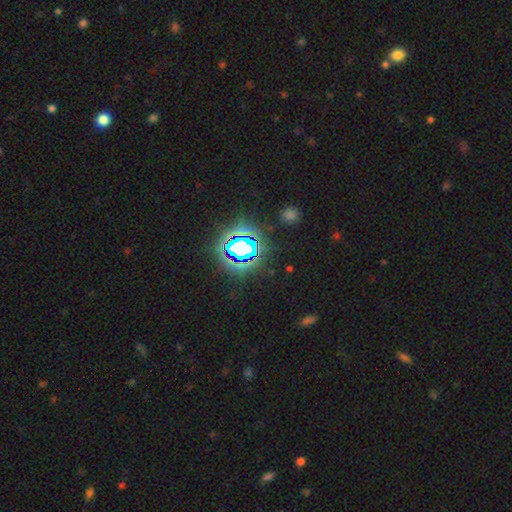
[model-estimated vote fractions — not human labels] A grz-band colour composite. It shows a star or artifact, not a galaxy (77%).